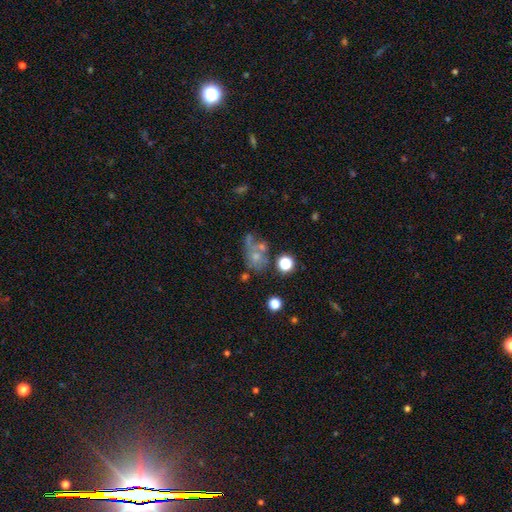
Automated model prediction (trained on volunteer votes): A smooth galaxy with no disk features (44%).

Vote fractions:
- Smooth or featured? smooth: 44% / featured or disk: 34% / star or artifact: 22%
- Merging? none: 34% / merger: 25% / major disturbance: 22% / minor disturbance: 18%